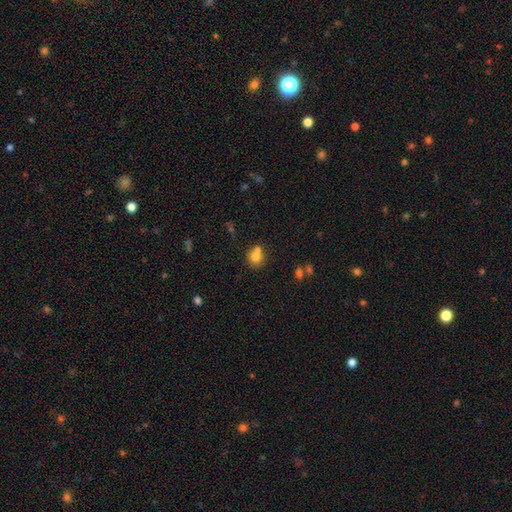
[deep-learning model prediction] Smooth or featured: smooth — 75% (featured or disk — 14%)
How rounded: round — 79% (in between — 20%)
Merging: none — 46% (merger — 40%)